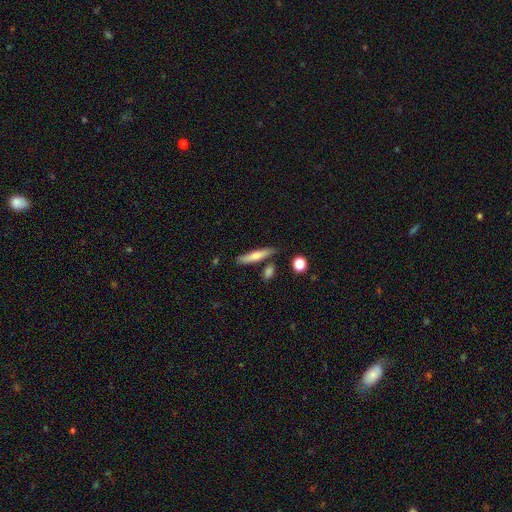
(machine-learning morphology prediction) Smooth or featured: smooth — 63% (featured or disk — 31%)
How rounded: cigar-shaped — 85% (in between — 12%)
Merging: none — 78% (minor disturbance — 12%)